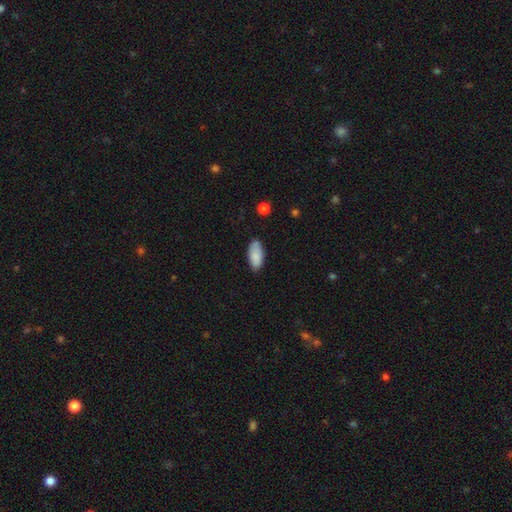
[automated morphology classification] Smooth or featured: smooth — 82% (featured or disk — 11%)
How rounded: in between — 92% (cigar-shaped — 6%)
Merging: none — 77% (minor disturbance — 18%)